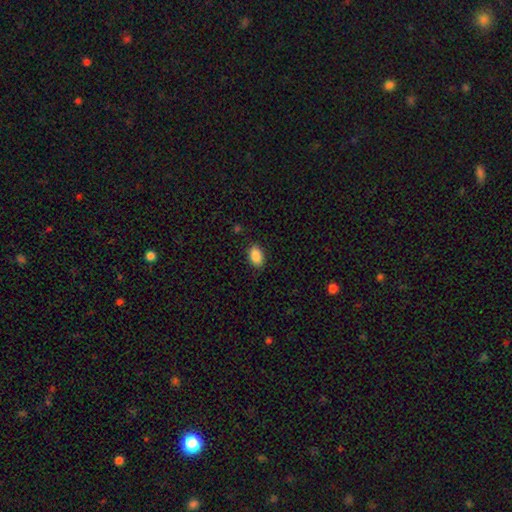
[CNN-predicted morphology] Overall: smooth (89%). How rounded: in between (91%). Merging: none (87%).